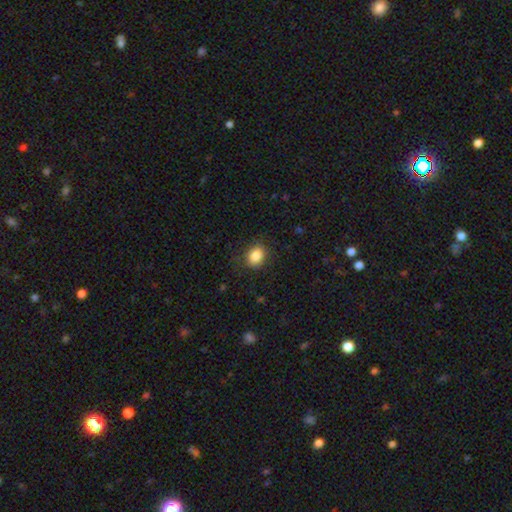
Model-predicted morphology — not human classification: smooth 87%, star or artifact 9%, featured or disk 4%. Down the decision tree: how rounded — in between (57%); merging — none (83%).